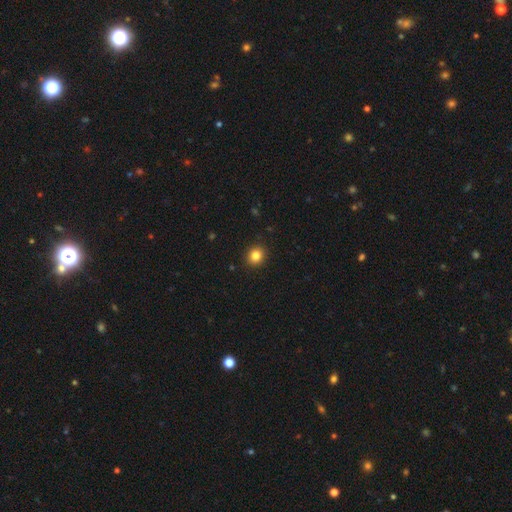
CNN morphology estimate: smooth-or-featured: smooth: 83% | star or artifact: 11% | featured or disk: 5%
  how-rounded: round: 82% | in between: 17% | cigar-shaped: 1%
  merging: none: 92% | minor disturbance: 5% | major disturbance: 2% | merger: 1%